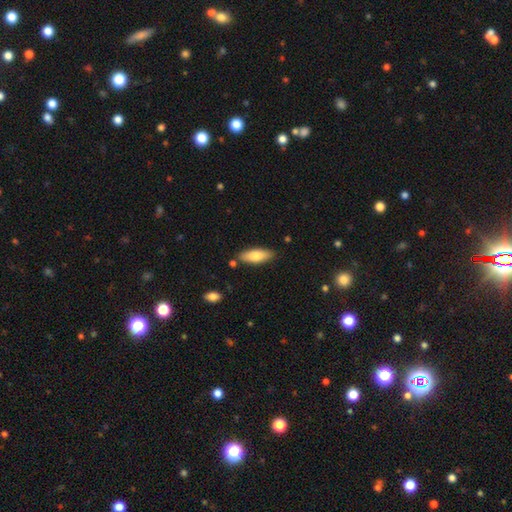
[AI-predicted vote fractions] smooth_or_featured: smooth (p=0.76) [alt: featured or disk p=0.18]
how_rounded: in between (p=0.68) [alt: cigar-shaped p=0.30]
merging: none (p=0.83) [alt: minor disturbance p=0.11]